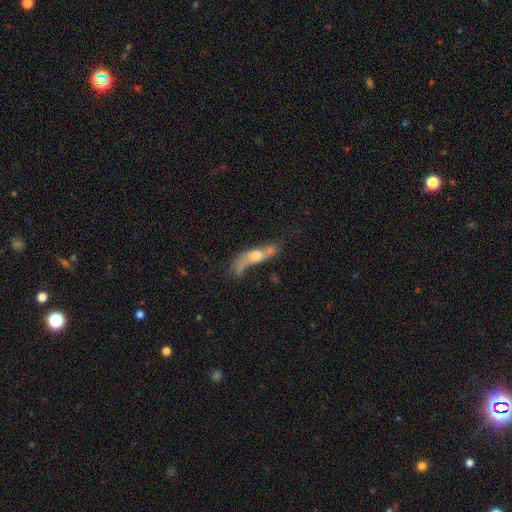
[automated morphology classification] A featured or disk galaxy (48%). Merging: merger (35%).